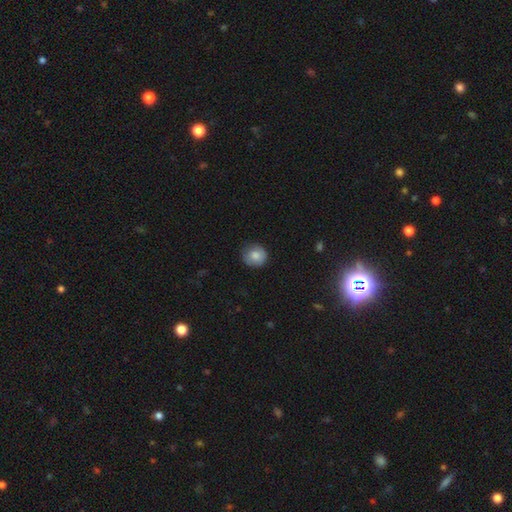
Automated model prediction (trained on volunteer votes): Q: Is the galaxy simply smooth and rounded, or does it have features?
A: smooth — 78%.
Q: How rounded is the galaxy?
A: round — 87%.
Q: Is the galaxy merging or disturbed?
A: none — 80%.